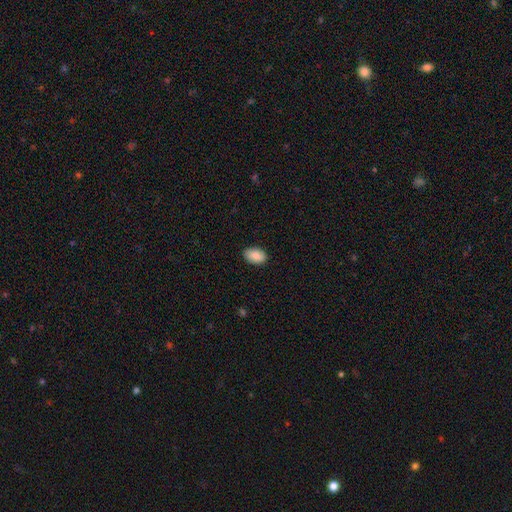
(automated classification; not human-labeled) Smooth or featured: smooth — 89% (star or artifact — 7%)
How rounded: in between — 91% (round — 8%)
Merging: none — 86% (minor disturbance — 11%)